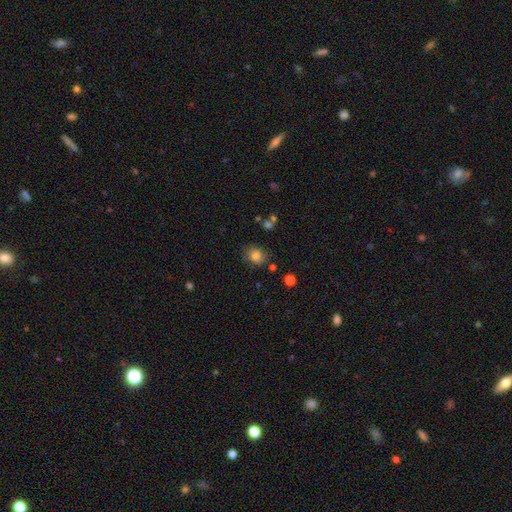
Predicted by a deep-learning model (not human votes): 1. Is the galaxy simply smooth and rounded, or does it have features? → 77% smooth, 13% star or artifact, 11% featured or disk.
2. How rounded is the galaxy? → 62% round, 37% in between, 1% cigar-shaped.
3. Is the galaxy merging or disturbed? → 74% none, 18% minor disturbance, 5% major disturbance, 3% merger.